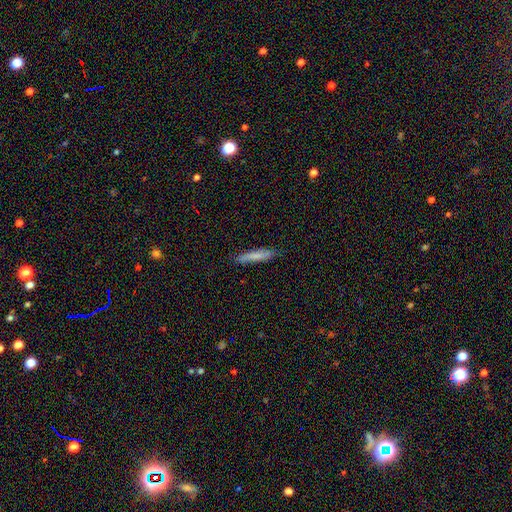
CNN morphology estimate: Smooth or featured?
  - smooth: 74% *
  - featured or disk: 19%
  - star or artifact: 7%
How rounded?
  - cigar-shaped: 90% *
  - in between: 9%
  - round: 1%
Merging?
  - none: 82% *
  - minor disturbance: 14%
  - major disturbance: 2%
  - merger: 1%